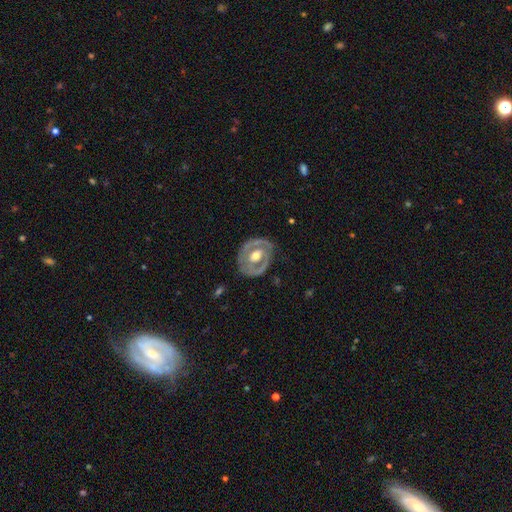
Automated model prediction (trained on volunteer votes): Smooth or featured: featured or disk — 75% (smooth — 21%)
Edge-on disk: no — 95% (yes — 5%)
Bar: no — 56% (weak — 31%)
Spiral arms: yes — 53% (no — 47%)
Bulge size: moderate — 71% (large — 18%)
Merging: none — 73% (minor disturbance — 19%)